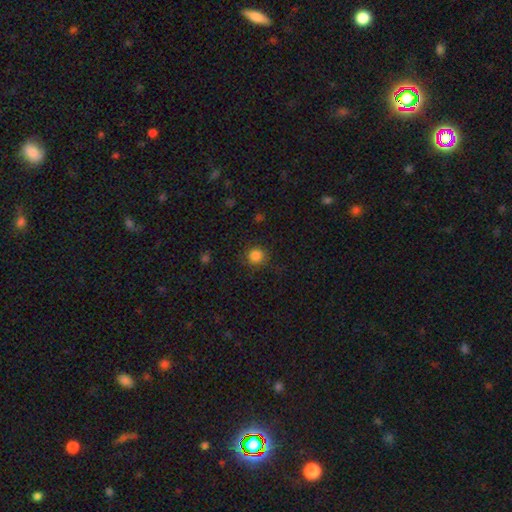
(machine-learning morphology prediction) Smooth or featured? smooth (85%)
How rounded? round (93%)
Merging? none (87%)